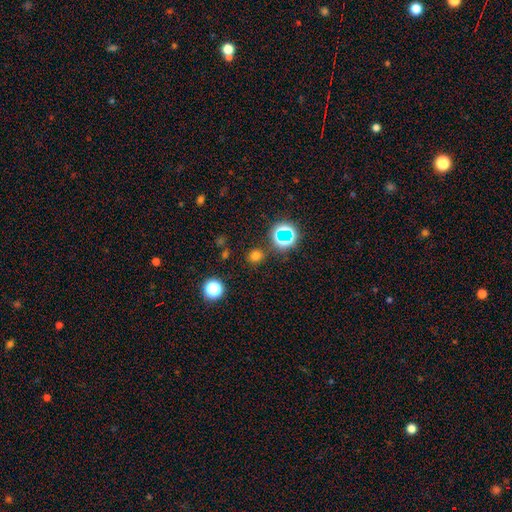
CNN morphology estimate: A smooth galaxy with no disk features (69%) that is round (89%). Merging: none (86%).